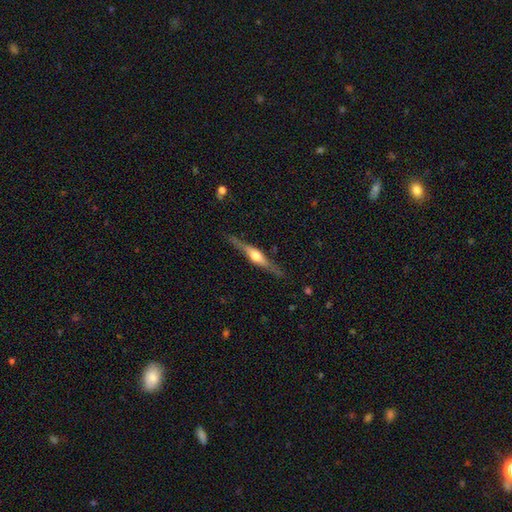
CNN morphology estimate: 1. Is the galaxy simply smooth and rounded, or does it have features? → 72% featured or disk, 23% smooth, 5% star or artifact.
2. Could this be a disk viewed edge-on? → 96% yes, 4% no.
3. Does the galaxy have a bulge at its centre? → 88% rounded, 8% boxy, 4% none.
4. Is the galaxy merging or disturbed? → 84% none, 12% minor disturbance, 3% major disturbance, 1% merger.